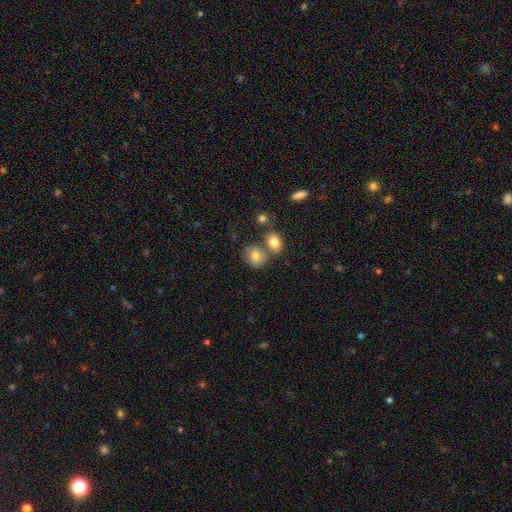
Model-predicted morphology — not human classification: smooth-or-featured: smooth: 81% | featured or disk: 10% | star or artifact: 9%
  how-rounded: round: 59% | in between: 40% | cigar-shaped: 1%
  merging: none: 54% | merger: 30% | minor disturbance: 12% | major disturbance: 4%